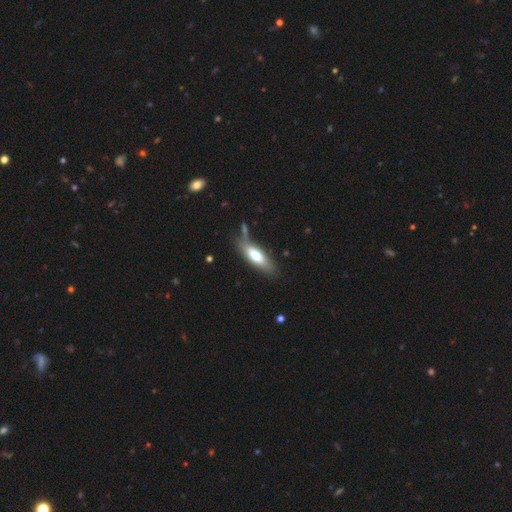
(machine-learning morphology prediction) Overall: smooth (65%; featured or disk 29%). How rounded: in between (60%; cigar-shaped 38%). Merging: none (68%).